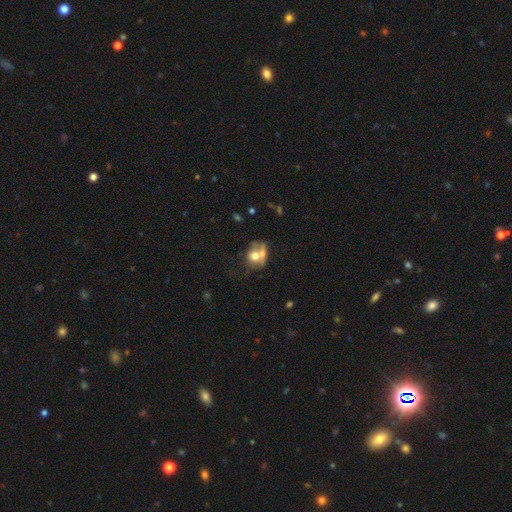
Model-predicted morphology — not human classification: smooth_or_featured: smooth (p=0.64) [alt: featured or disk p=0.26]
how_rounded: round (p=0.64) [alt: in between p=0.34]
merging: merger (p=0.48) [alt: none p=0.27]